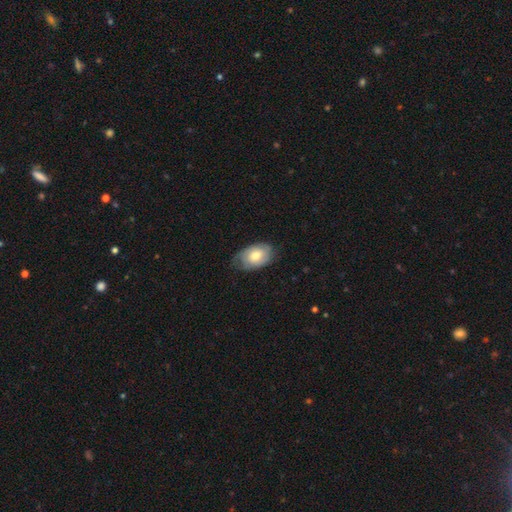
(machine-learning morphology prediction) Smooth or featured?
  - smooth: 64% *
  - featured or disk: 30%
  - star or artifact: 6%
How rounded?
  - in between: 87% *
  - round: 12%
  - cigar-shaped: 1%
Merging?
  - none: 61% *
  - minor disturbance: 31%
  - major disturbance: 7%
  - merger: 1%